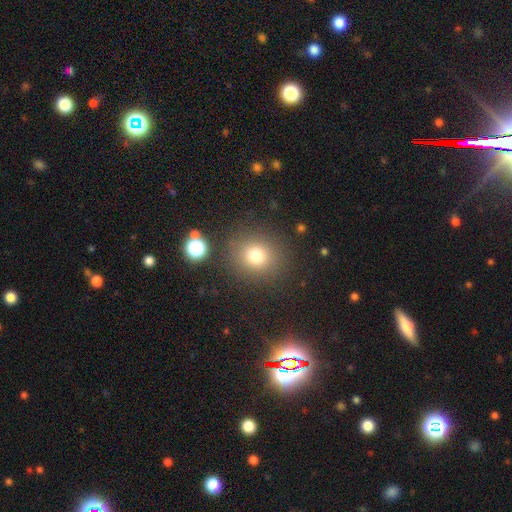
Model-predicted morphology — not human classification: The model was most divided on "smooth or featured": smooth: 75%, star or artifact: 16%, featured or disk: 9%. More confident: merging — none (85%); how rounded — round (83%).